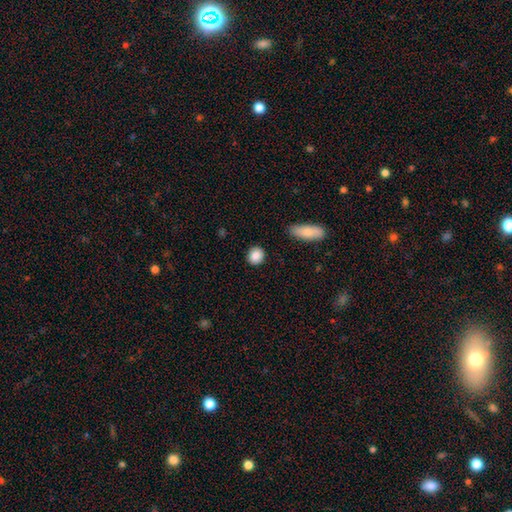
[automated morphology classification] type=smooth (88%); roundness=round (76%); merging=none (88%).